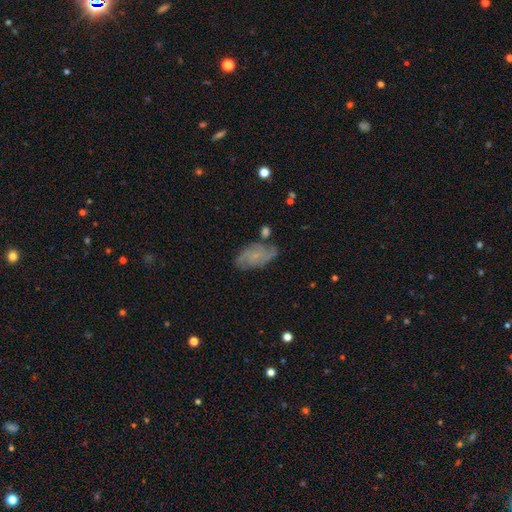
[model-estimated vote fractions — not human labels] This is likely a featured or disk galaxy (65%). It is clearly not viewed edge-on (96%). Bar: likely no (73%). Spiral arm pattern: clearly yes (86%). Spiral arm count: possibly 2 (49%). Spiral winding: marginally medium (43%). Central bulge: likely small (71%). Merging: likely none (65%).